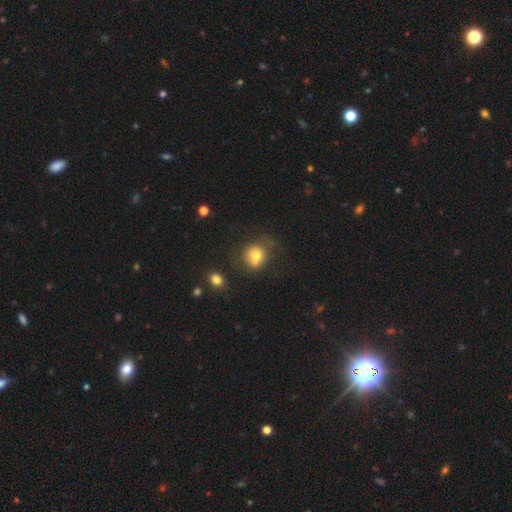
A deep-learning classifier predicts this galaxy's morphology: Smooth or featured? smooth (74%)
How rounded? round (74%)
Merging? none (47%)